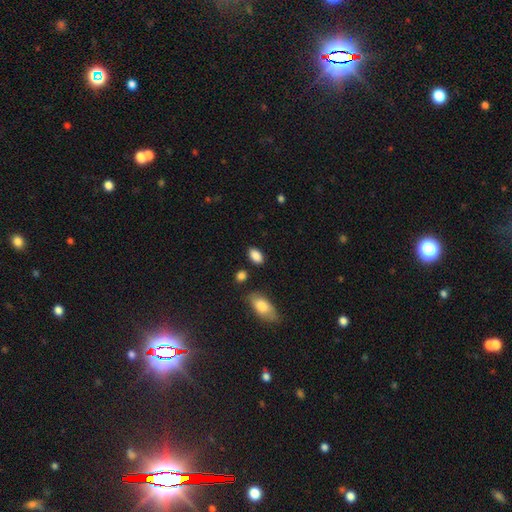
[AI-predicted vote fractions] The model was most divided on "merging": none: 83%, minor disturbance: 11%, merger: 3%, major disturbance: 3%. More confident: how rounded — in between (91%); smooth or featured — smooth (88%).